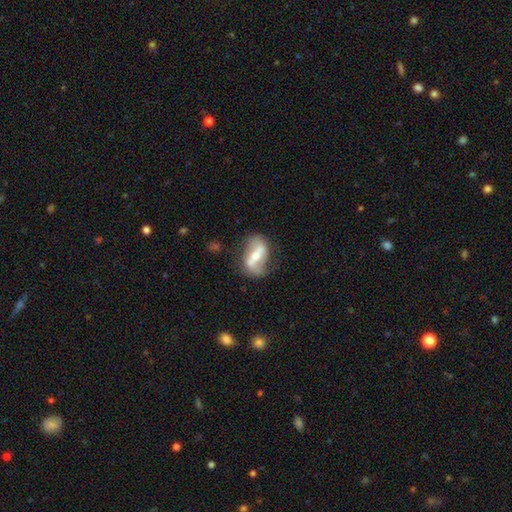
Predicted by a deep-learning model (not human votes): smooth-or-featured: featured or disk: 69% | smooth: 25% | star or artifact: 6%
  disk-edge-on: no: 89% | yes: 11%
    bar: strong: 63% | weak: 25% | no: 12%
    has-spiral-arms: yes: 72% | no: 28%
    bulge-size: moderate: 53% | small: 34% | large: 7% | none: 4% | dominant: 2%
  merging: none: 66% | minor disturbance: 21% | major disturbance: 10% | merger: 3%